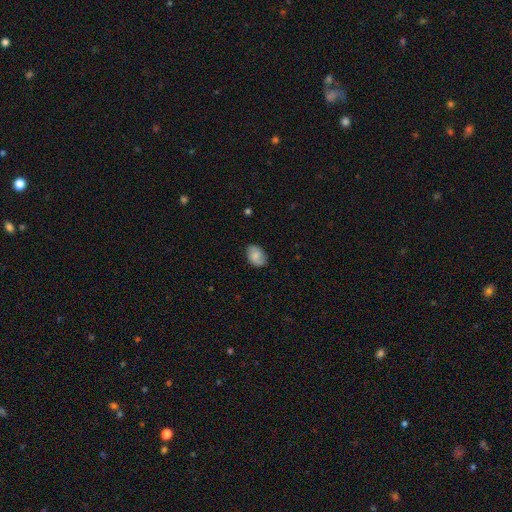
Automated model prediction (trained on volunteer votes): Smooth or featured? smooth (70%)
How rounded? in between (77%)
Merging? none (78%)